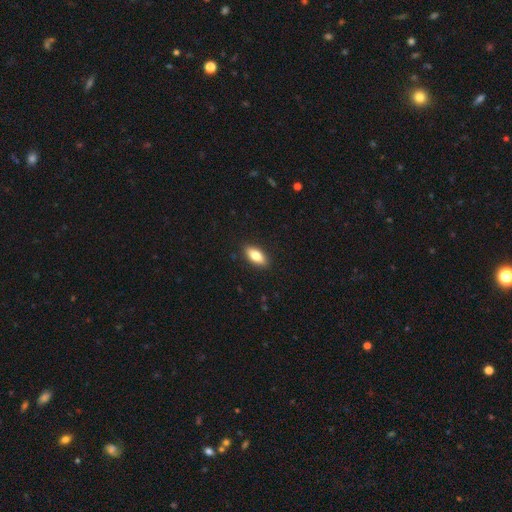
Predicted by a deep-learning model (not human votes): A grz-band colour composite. It shows a smooth galaxy with no disk features (77%) that is in between round and cigar-shaped (83%). Merging: none (89%).